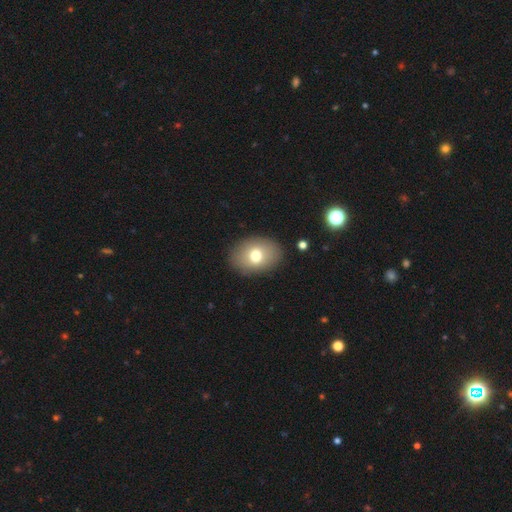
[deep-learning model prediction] Morphology: type=smooth (74%); roundness=in between (74%); merging=none (87%).